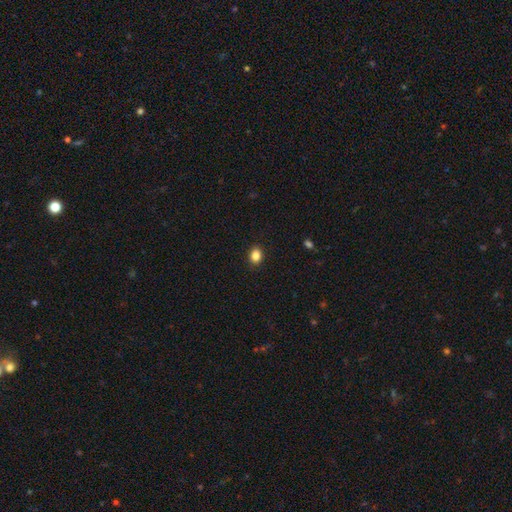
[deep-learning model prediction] smooth-or-featured: smooth: 86% | star or artifact: 10% | featured or disk: 4%
  how-rounded: in between: 51% | round: 49% | cigar-shaped: 1%
  merging: none: 90% | minor disturbance: 7% | major disturbance: 2% | merger: 1%